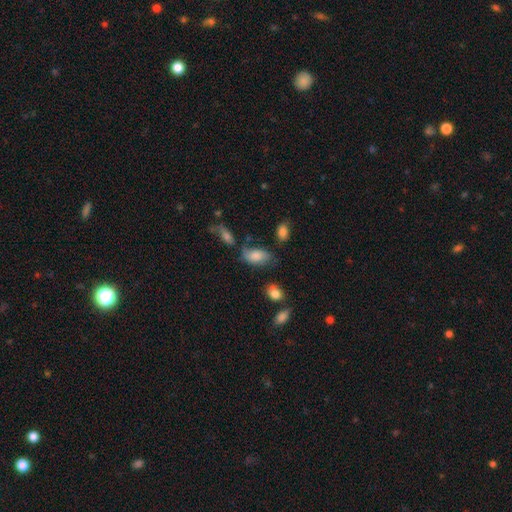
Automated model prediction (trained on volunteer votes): smooth_or_featured: smooth (p=0.72) [alt: featured or disk p=0.19]
how_rounded: in between (p=0.92) [alt: round p=0.05]
merging: none (p=0.48) [alt: minor disturbance p=0.29]